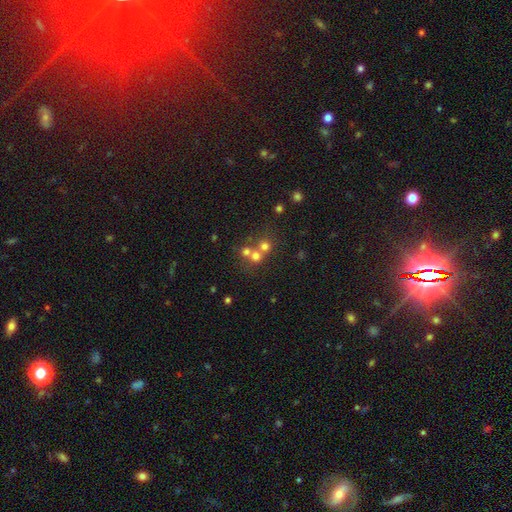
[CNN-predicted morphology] The model was most divided on "merging": merger: 50%, none: 41%, minor disturbance: 6%, major disturbance: 4%. More confident: how rounded — round (87%); smooth or featured — smooth (62%).